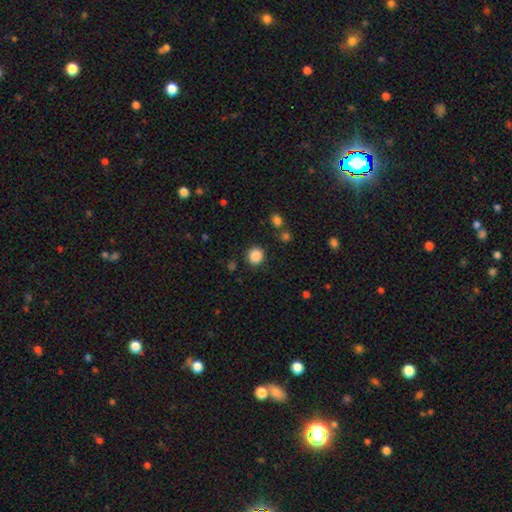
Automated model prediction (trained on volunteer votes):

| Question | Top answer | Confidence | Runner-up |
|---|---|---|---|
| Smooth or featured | smooth | 87% | star or artifact (10%) |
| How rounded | round | 88% | in between (11%) |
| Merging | none | 87% | minor disturbance (7%) |